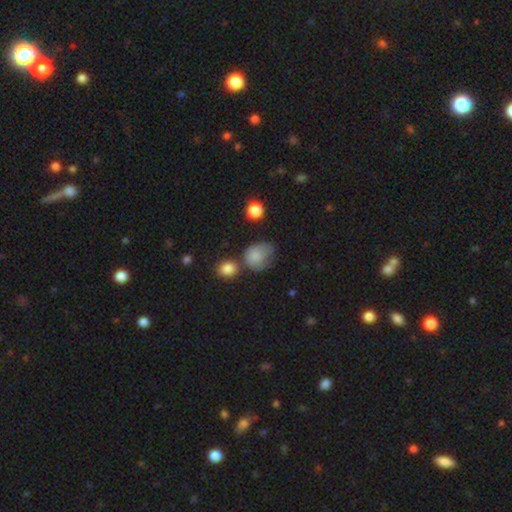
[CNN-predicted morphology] Smooth or featured?
  - smooth: 78% *
  - featured or disk: 12%
  - star or artifact: 10%
How rounded?
  - round: 53% *
  - in between: 46%
  - cigar-shaped: 1%
Merging?
  - none: 35% *
  - minor disturbance: 33%
  - major disturbance: 18%
  - merger: 13%